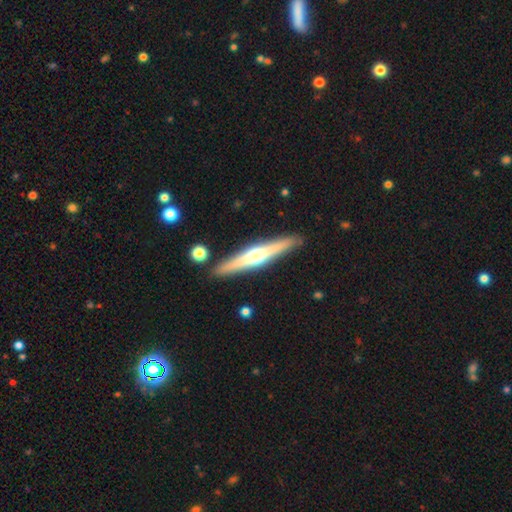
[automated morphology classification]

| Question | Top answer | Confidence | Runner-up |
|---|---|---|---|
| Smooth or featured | featured or disk | 67% | smooth (28%) |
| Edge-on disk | yes | 97% | no (3%) |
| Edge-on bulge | rounded | 91% | boxy (5%) |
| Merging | none | 89% | minor disturbance (7%) |